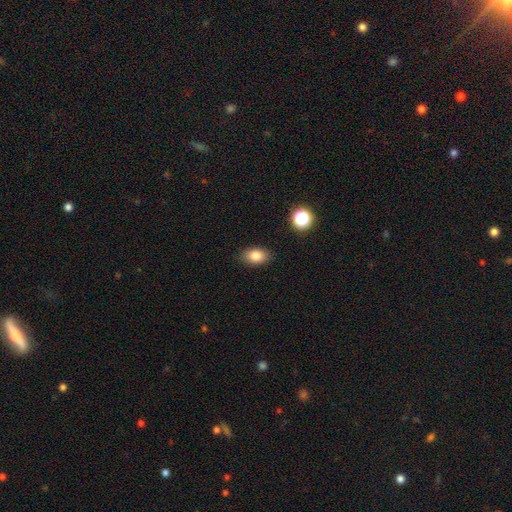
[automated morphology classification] This is clearly a smooth galaxy (83%). How rounded: clearly in between (83%). Merging: clearly none (87%).